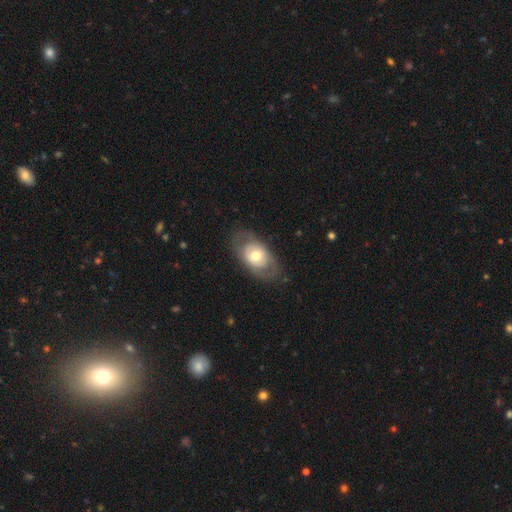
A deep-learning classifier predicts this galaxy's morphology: type=smooth (51%); roundness=in between (83%); merging=none (76%).